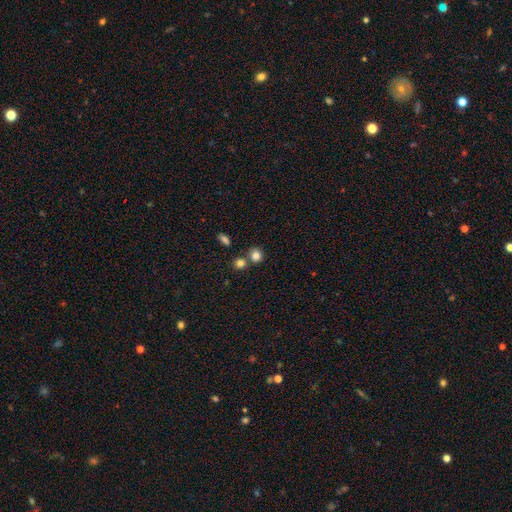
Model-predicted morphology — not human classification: Smooth or featured: smooth — 83% (star or artifact — 11%)
How rounded: round — 80% (in between — 18%)
Merging: none — 63% (merger — 24%)